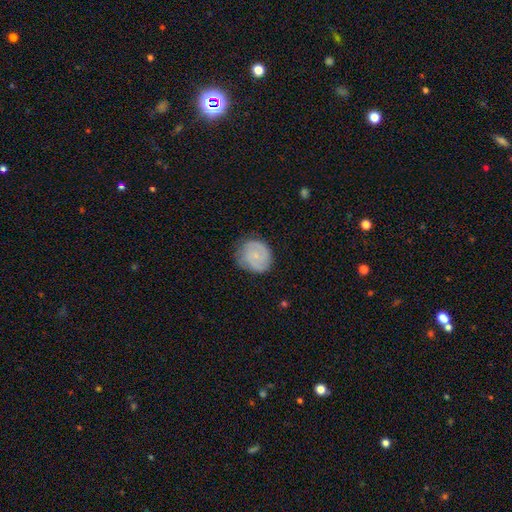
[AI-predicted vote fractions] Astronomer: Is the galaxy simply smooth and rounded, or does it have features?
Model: smooth — 49% (runner-up: featured or disk, 44%).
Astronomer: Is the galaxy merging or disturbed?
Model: none — 67%.